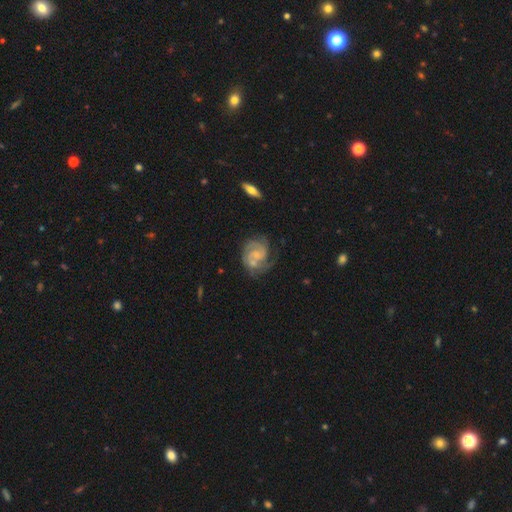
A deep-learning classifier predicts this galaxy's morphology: Smooth or featured? featured or disk (82%)
Edge-on disk? no (98%)
Bar? no (56%)
Spiral arms? yes (95%)
Spiral winding? tight (47%)
Spiral arm count? 2 (60%)
Bulge size? small (54%)
Merging? none (57%)